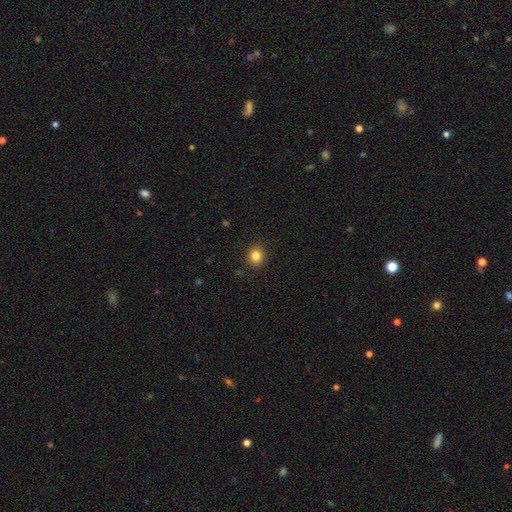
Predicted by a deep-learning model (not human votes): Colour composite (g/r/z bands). It shows a smooth galaxy with no disk features (83%) that is round (73%). Merging: none (90%).